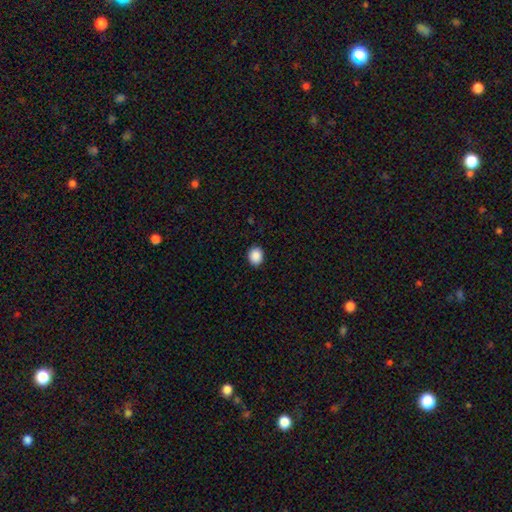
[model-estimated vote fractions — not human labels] Smooth or featured? smooth (89%)
How rounded? round (61%)
Merging? none (91%)